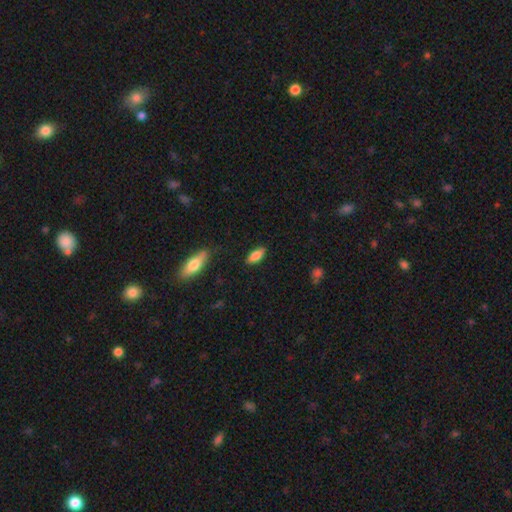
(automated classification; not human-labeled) A smooth galaxy with no disk features (80%) that is in between round and cigar-shaped (79%).

Vote fractions:
- Smooth or featured? smooth: 80% / featured or disk: 13% / star or artifact: 7%
- How rounded? in between: 79% / cigar-shaped: 19% / round: 2%
- Merging? none: 85% / minor disturbance: 11% / major disturbance: 2% / merger: 2%